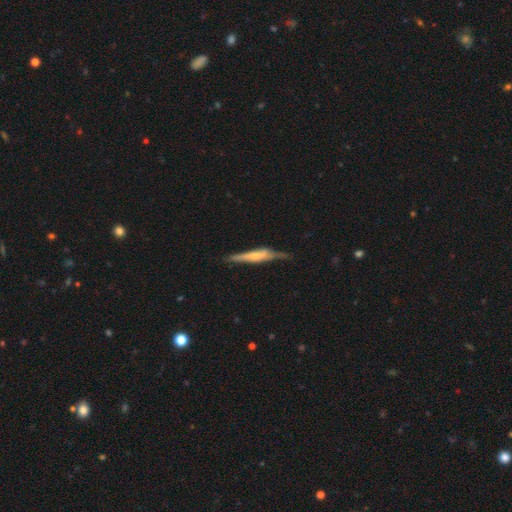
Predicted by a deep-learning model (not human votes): The model was most divided on "smooth or featured": featured or disk: 60%, smooth: 34%, star or artifact: 6%. More confident: edge-on disk — yes (93%); merging — none (66%); edge-on bulge — rounded (54%).